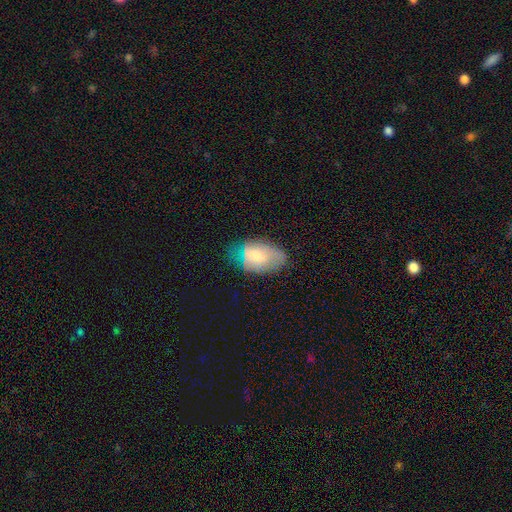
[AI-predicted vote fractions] smooth_or_featured: smooth (p=0.62) [alt: featured or disk p=0.30]
how_rounded: in between (p=0.90) [alt: round p=0.08]
merging: none (p=0.46) [alt: minor disturbance p=0.35]